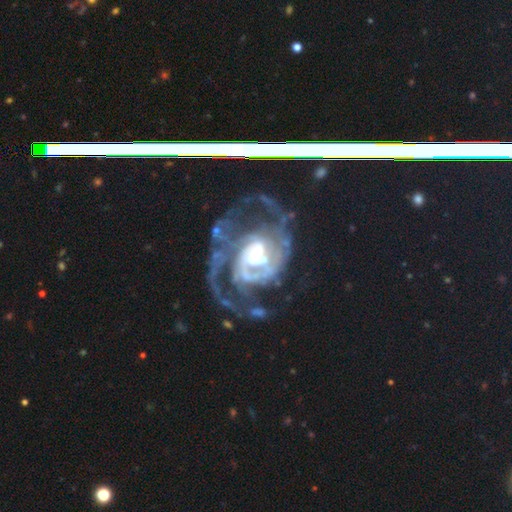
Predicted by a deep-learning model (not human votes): A featured or disk galaxy (89%) with a weak bar (41%), 2 (31%) medium (43%) spiral arms (92%) and a moderate central bulge (46%). Merging: major disturbance (51%).